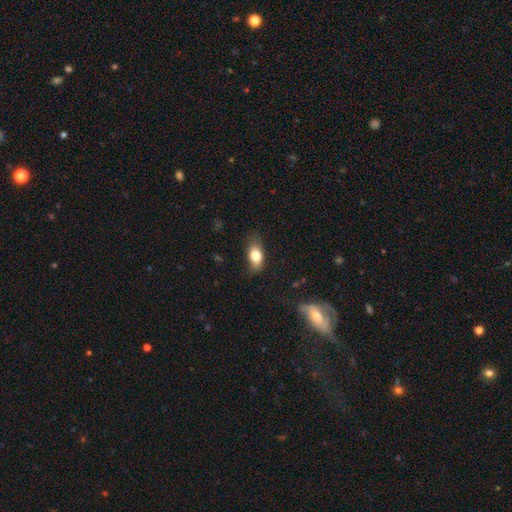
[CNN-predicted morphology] smooth-or-featured: smooth: 79% | featured or disk: 13% | star or artifact: 8%
  how-rounded: in between: 85% | round: 9% | cigar-shaped: 6%
  merging: none: 68% | minor disturbance: 24% | major disturbance: 6% | merger: 2%